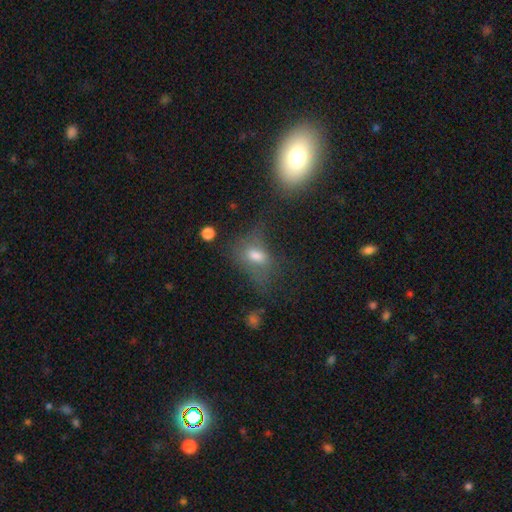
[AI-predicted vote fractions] Smooth or featured? Predicted: smooth (p=0.61). How rounded? Predicted: in between (p=0.78). Merging? Predicted: none (p=0.39).